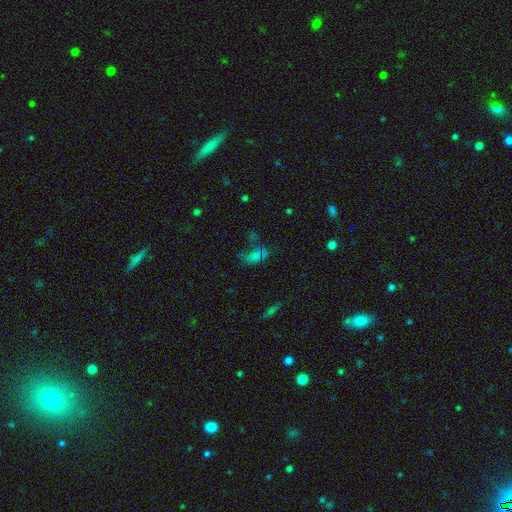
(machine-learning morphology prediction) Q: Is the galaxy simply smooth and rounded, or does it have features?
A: smooth — 60%.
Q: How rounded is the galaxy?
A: in between — 82%.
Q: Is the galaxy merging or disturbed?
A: none — 36%.